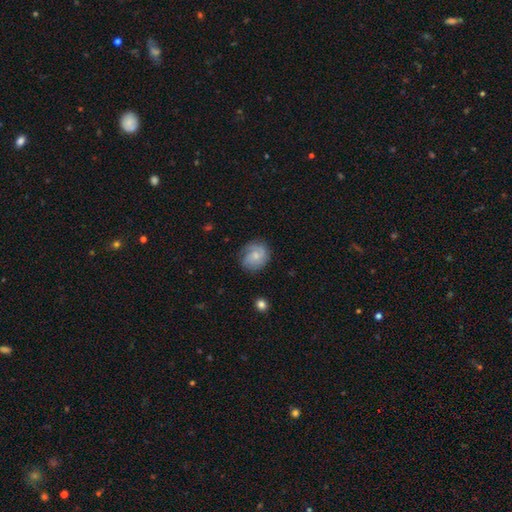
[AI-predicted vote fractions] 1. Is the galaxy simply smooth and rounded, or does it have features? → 56% featured or disk, 37% smooth, 7% star or artifact.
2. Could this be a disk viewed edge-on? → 98% no, 2% yes.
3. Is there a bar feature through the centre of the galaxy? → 68% no, 28% weak, 3% strong.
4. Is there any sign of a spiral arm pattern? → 90% yes, 10% no.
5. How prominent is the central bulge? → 53% small, 36% moderate, 7% none, 2% large, 1% dominant.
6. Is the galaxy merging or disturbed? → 72% none, 20% minor disturbance, 7% major disturbance, 1% merger.